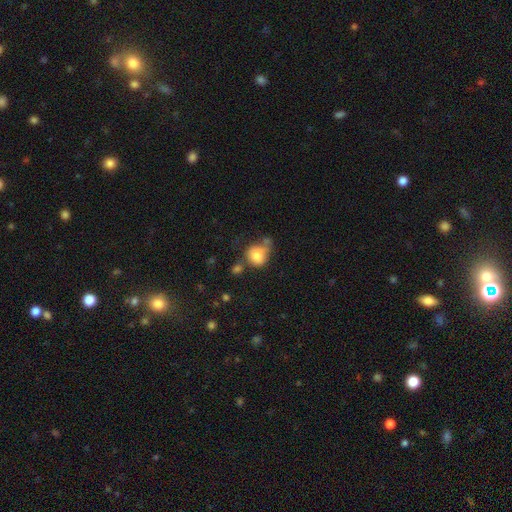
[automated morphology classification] A smooth galaxy with no disk features (79%) that is round (75%). Merging: none (44%).